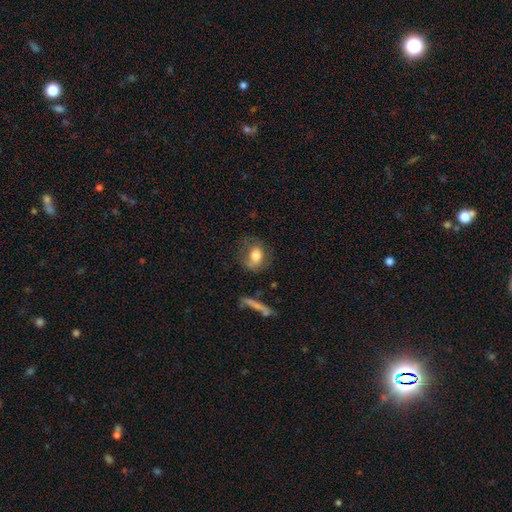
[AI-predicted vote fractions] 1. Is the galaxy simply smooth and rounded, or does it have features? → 71% smooth, 21% featured or disk, 8% star or artifact.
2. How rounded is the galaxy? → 55% in between, 42% round, 3% cigar-shaped.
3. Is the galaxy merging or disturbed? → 52% none, 25% minor disturbance, 19% major disturbance, 4% merger.